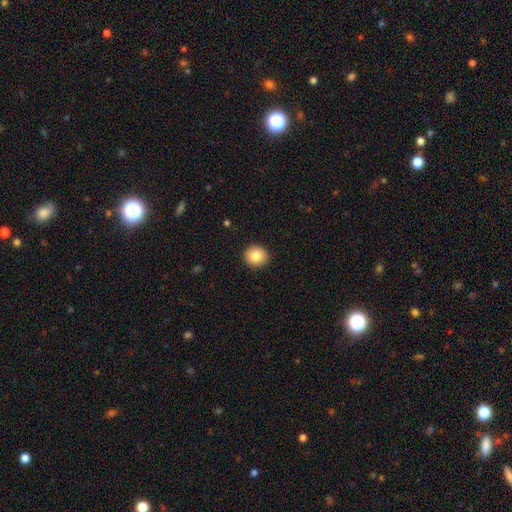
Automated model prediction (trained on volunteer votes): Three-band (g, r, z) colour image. It shows a smooth galaxy with no disk features (85%) that is round (87%). Merging: none (92%).